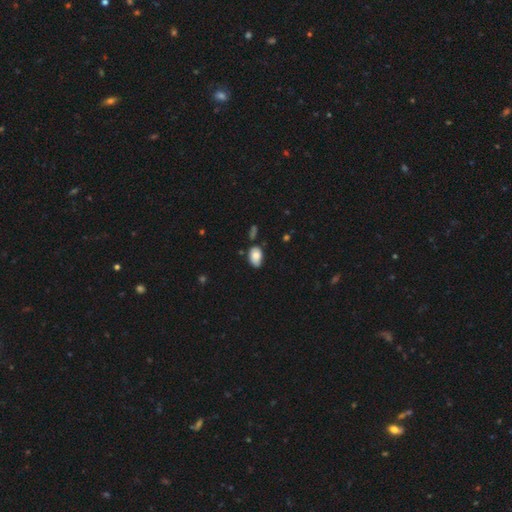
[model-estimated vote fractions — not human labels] smooth 83%, featured or disk 9%, star or artifact 8%. Down the decision tree: how rounded — in between (91%); merging — none (68%).